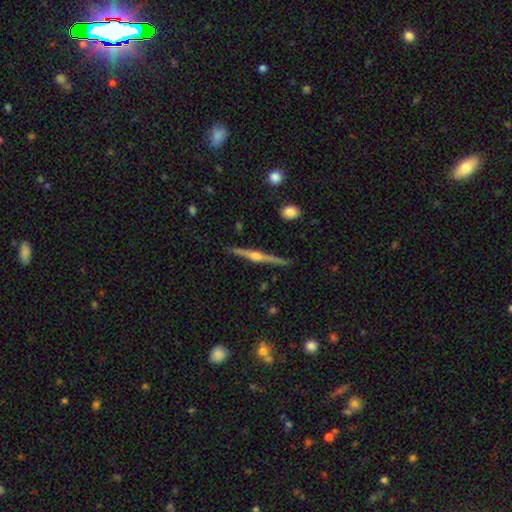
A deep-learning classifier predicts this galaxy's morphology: A featured or disk galaxy (85%) viewed edge-on (99%) with a rounded central bulge (94%).

Vote fractions:
- Smooth or featured? featured or disk: 85% / smooth: 10% / star or artifact: 6%
- Edge-on disk? yes: 99% / no: 1%
- Edge-on bulge? rounded: 94% / boxy: 4% / none: 3%
- Merging? none: 91% / minor disturbance: 6% / merger: 1% / major disturbance: 1%